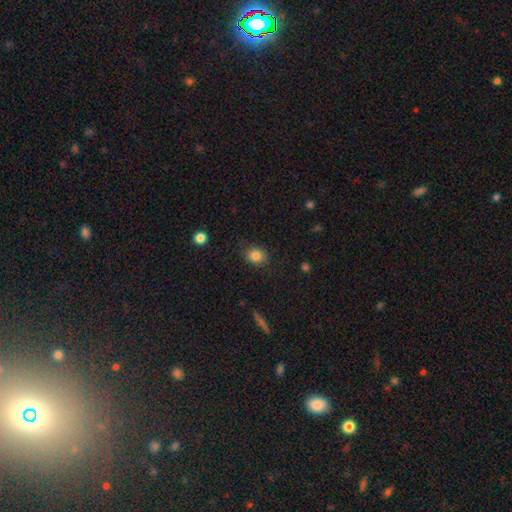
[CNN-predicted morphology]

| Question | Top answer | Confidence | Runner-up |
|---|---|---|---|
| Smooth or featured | smooth | 84% | star or artifact (10%) |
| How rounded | round | 63% | in between (36%) |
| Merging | none | 80% | minor disturbance (15%) |